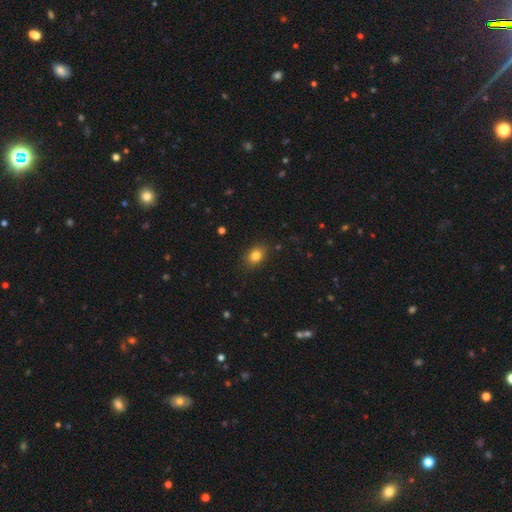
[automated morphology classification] This appears to be a smooth galaxy with no disk features (81%) that is in between round and cigar-shaped (68%). Merging: none (85%).